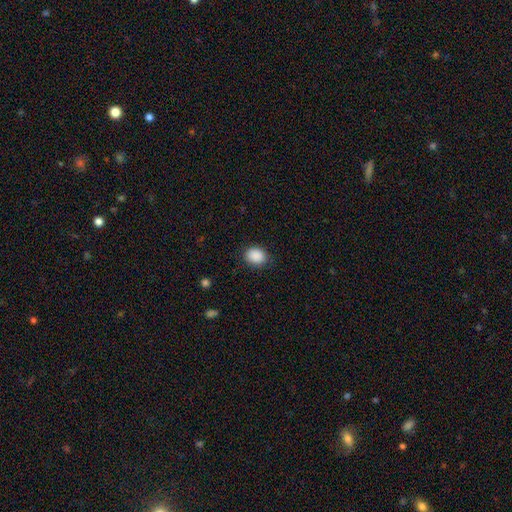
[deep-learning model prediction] Smooth or featured? Predicted: smooth (p=0.90). How rounded? Predicted: in between (p=0.53). Merging? Predicted: none (p=0.87).